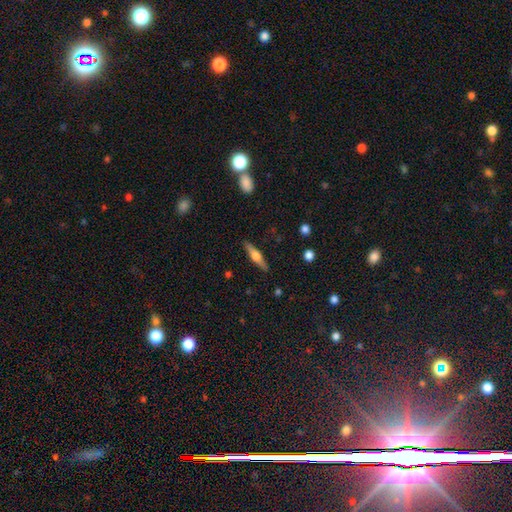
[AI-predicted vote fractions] This is possibly a featured or disk galaxy (54%). It is clearly viewed edge-on (95%). Edge-on bulge: clearly rounded (87%). Merging: clearly none (88%).